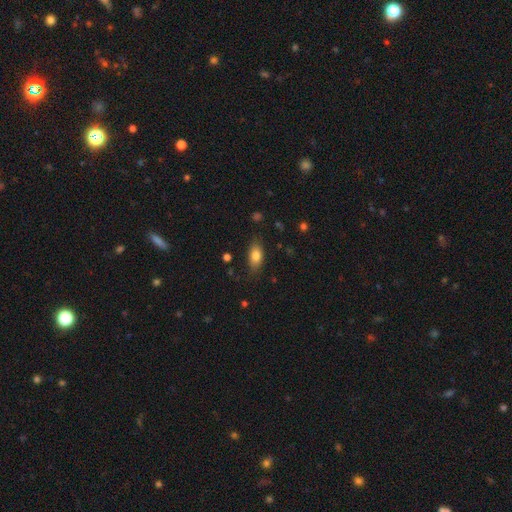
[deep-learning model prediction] Smooth or featured? Predicted: smooth (p=0.79). How rounded? Predicted: in between (p=0.85). Merging? Predicted: none (p=0.82).